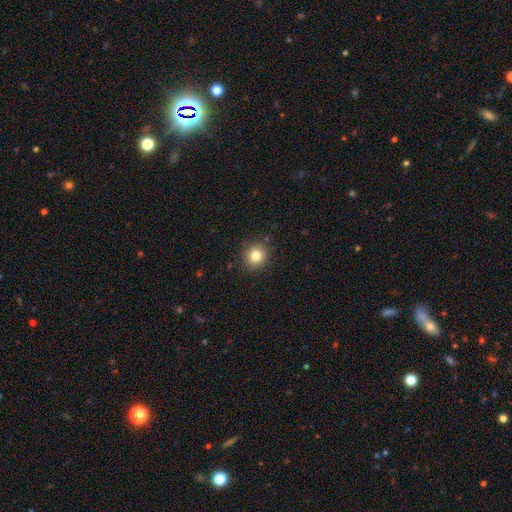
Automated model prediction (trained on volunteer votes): Q: Smooth or featured?
A: smooth (81%); runner-up: star or artifact (11%)
Q: How rounded?
A: round (85%); runner-up: in between (14%)
Q: Merging?
A: none (89%); runner-up: minor disturbance (7%)